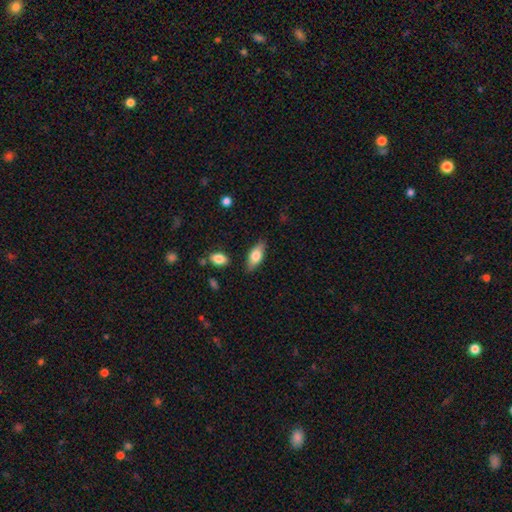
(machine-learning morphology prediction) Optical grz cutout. It shows a smooth galaxy with no disk features (72%) that is in between round and cigar-shaped (81%). Merging: none (82%).